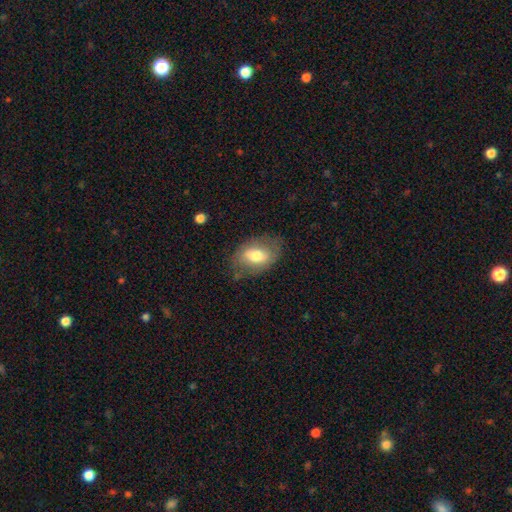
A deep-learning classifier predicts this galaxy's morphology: smooth_or_featured: smooth (p=0.61) [alt: featured or disk p=0.32]
how_rounded: in between (p=0.86) [alt: round p=0.12]
merging: none (p=0.68) [alt: minor disturbance p=0.22]